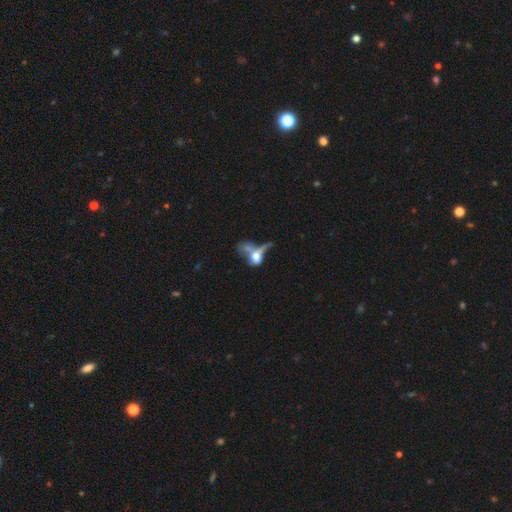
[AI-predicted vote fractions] Overall: smooth (51%; featured or disk 37%). How rounded: in between (63%; round 28%). Merging: merger (44%; major disturbance 33%).